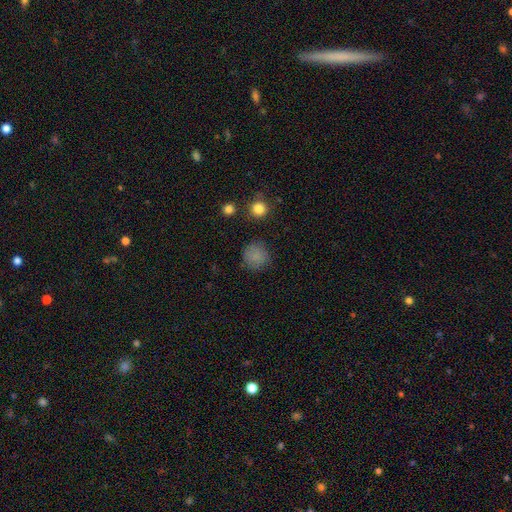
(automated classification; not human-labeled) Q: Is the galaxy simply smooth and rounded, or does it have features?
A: smooth — 83%.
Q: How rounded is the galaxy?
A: round — 92%.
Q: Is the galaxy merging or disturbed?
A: none — 82%.